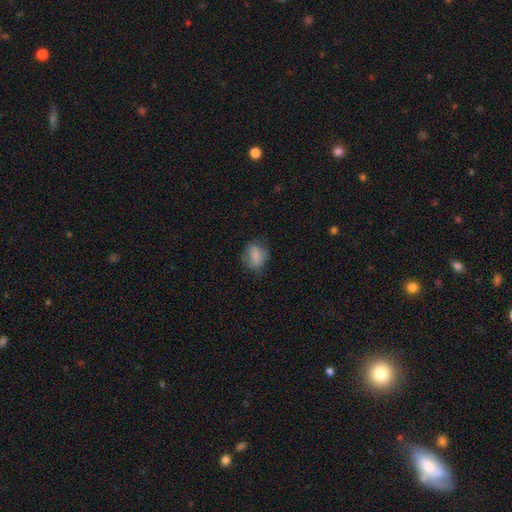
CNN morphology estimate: Q: Smooth or featured?
A: smooth (80%); runner-up: featured or disk (12%)
Q: How rounded?
A: in between (56%); runner-up: round (42%)
Q: Merging?
A: none (67%); runner-up: minor disturbance (23%)